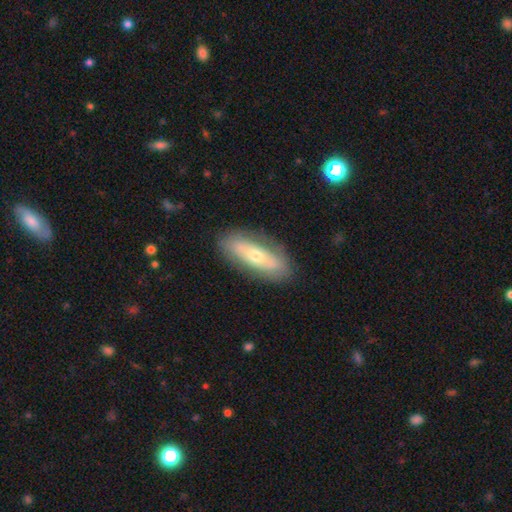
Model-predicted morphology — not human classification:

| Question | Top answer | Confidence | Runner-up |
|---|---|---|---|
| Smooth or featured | featured or disk | 47% | smooth (46%) |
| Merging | none | 82% | minor disturbance (13%) |